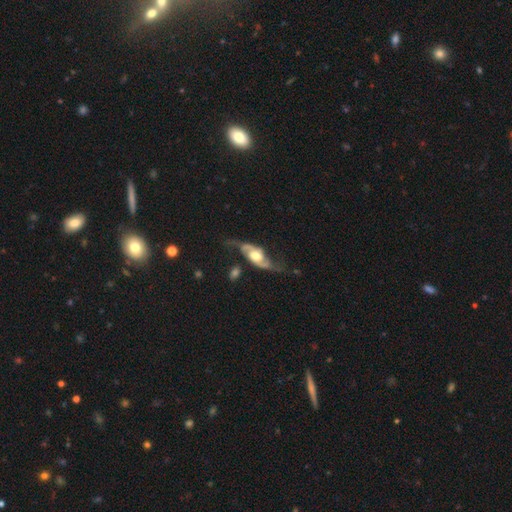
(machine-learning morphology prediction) Smooth or featured? featured or disk (86%)
Edge-on disk? no (91%)
Bar? no (57%)
Spiral arms? yes (94%)
Spiral winding? loose (55%)
Spiral arm count? 2 (92%)
Bulge size? moderate (61%)
Merging? none (59%)